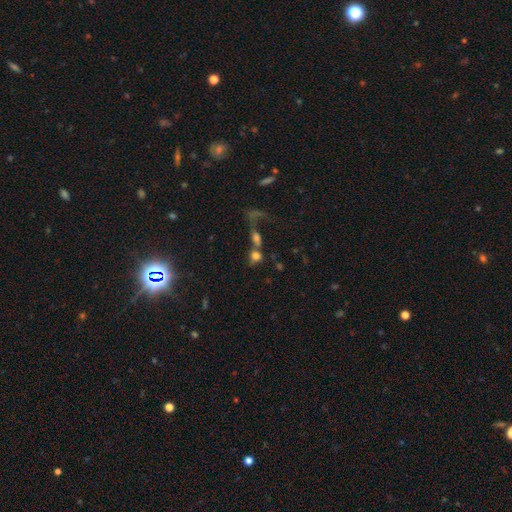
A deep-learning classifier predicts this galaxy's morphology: type=smooth (66%); roundness=round (56%); merging=merger (64%).